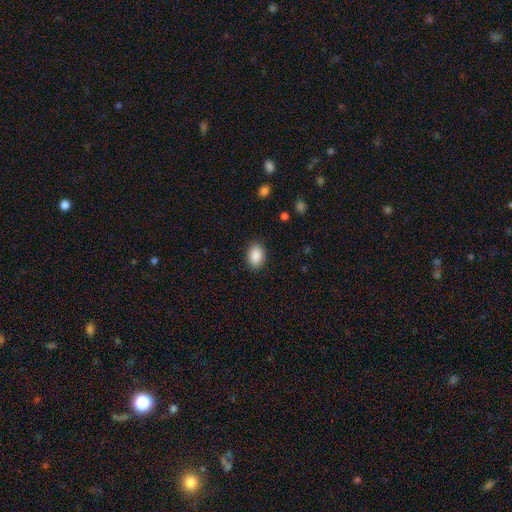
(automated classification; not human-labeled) A smooth galaxy with no disk features (89%) that is in between round and cigar-shaped (80%). Merging: none (87%).